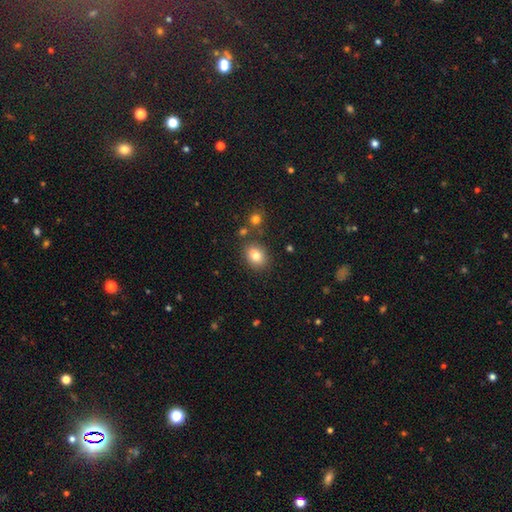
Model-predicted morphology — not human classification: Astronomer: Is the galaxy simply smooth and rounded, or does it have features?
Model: smooth — 80%.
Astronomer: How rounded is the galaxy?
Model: in between — 66%.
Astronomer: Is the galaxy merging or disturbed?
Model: none — 72%.